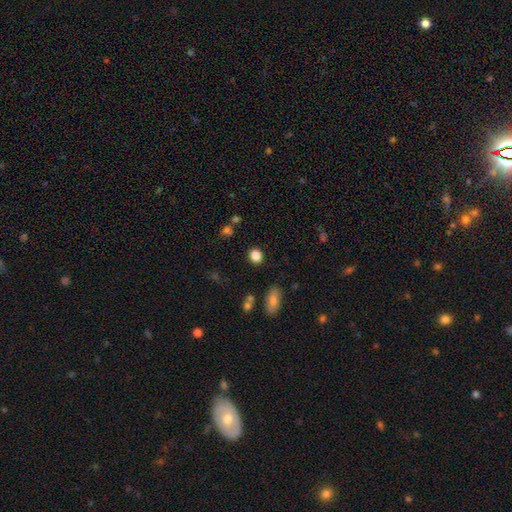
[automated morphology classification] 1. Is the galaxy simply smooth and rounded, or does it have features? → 85% smooth, 10% star or artifact, 4% featured or disk.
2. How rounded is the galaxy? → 70% round, 29% in between, 1% cigar-shaped.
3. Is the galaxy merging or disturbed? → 87% none, 8% minor disturbance, 3% merger, 3% major disturbance.